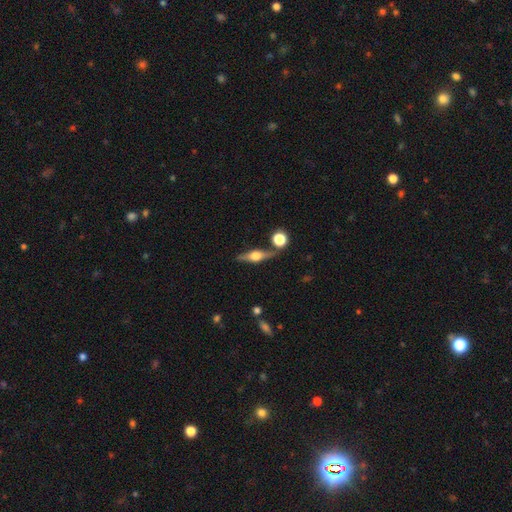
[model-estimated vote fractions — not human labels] Smooth or featured?
  - featured or disk: 70% *
  - smooth: 23%
  - star or artifact: 7%
Edge-on disk?
  - yes: 95% *
  - no: 5%
Edge-on bulge?
  - rounded: 93% *
  - boxy: 5%
  - none: 2%
Merging?
  - none: 80% *
  - minor disturbance: 10%
  - merger: 7%
  - major disturbance: 3%